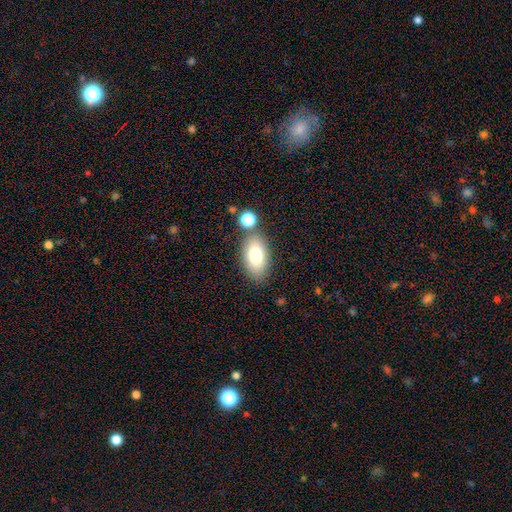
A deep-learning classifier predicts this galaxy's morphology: Smooth or featured? smooth (78%)
How rounded? in between (92%)
Merging? none (75%)